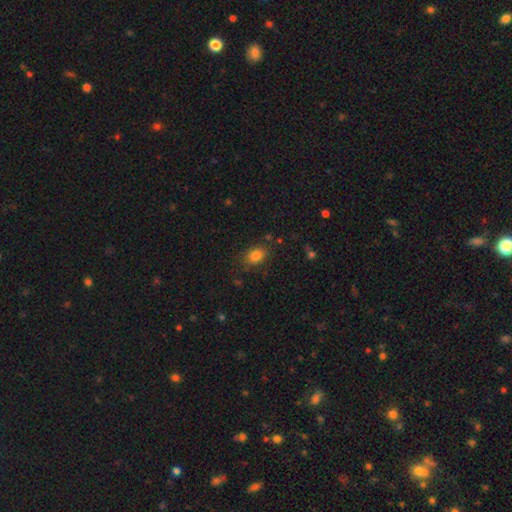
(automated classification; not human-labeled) Smooth or featured: smooth — 82% (star or artifact — 11%)
How rounded: in between — 70% (round — 29%)
Merging: none — 80% (minor disturbance — 13%)